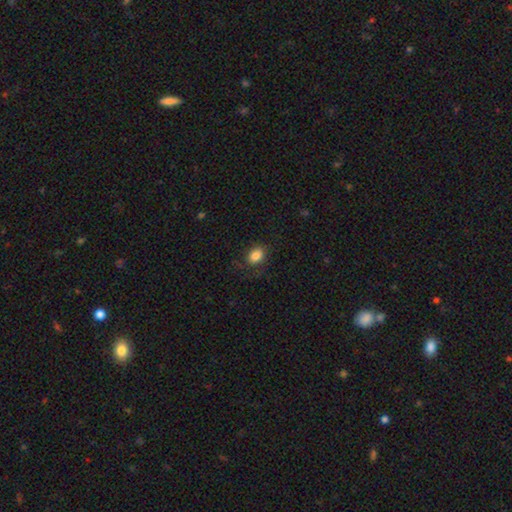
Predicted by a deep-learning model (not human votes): This appears to be a smooth galaxy with no disk features (84%) that is in between round and cigar-shaped (66%). Merging: none (74%).